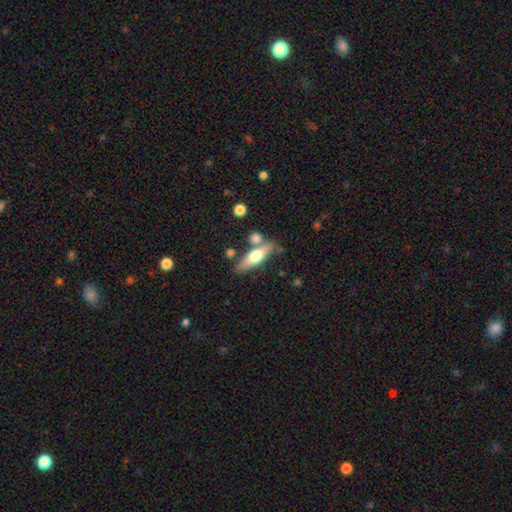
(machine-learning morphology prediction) smooth_or_featured: smooth (p=0.52) [alt: featured or disk p=0.42]
how_rounded: cigar-shaped (p=0.59) [alt: in between p=0.38]
merging: none (p=0.69) [alt: merger p=0.14]